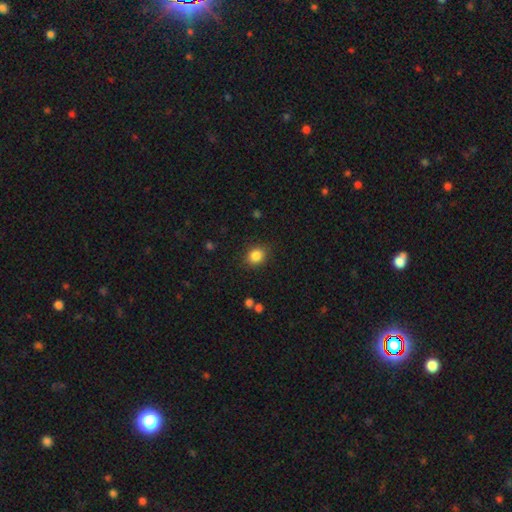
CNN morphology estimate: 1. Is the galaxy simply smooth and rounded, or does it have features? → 86% smooth, 10% star or artifact, 4% featured or disk.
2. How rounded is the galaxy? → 67% round, 32% in between, 1% cigar-shaped.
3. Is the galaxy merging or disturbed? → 85% none, 10% minor disturbance, 3% major disturbance, 1% merger.